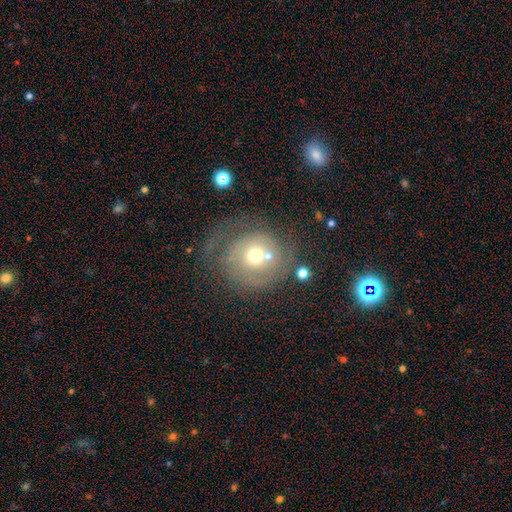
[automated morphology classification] smooth_or_featured: featured or disk (p=0.50) [alt: smooth p=0.39]
merging: none (p=0.45) [alt: major disturbance p=0.23]